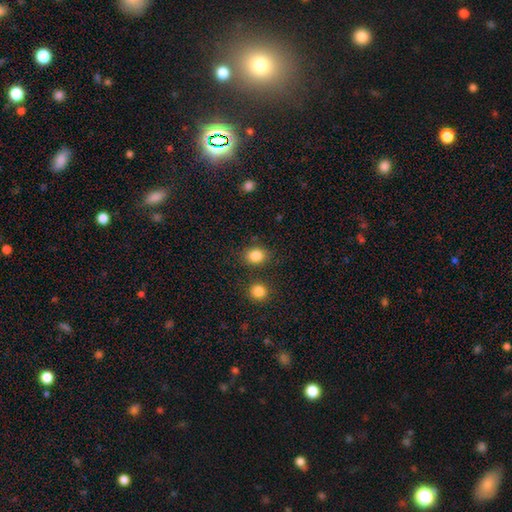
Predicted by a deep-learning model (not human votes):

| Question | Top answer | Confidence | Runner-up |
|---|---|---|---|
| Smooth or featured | smooth | 85% | star or artifact (10%) |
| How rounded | round | 57% | in between (42%) |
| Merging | none | 80% | minor disturbance (10%) |